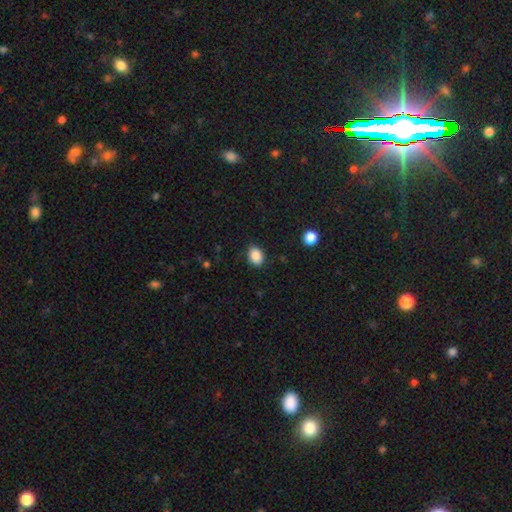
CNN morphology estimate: Overall: smooth (89%). How rounded: in between (66%; round 33%). Merging: none (87%).